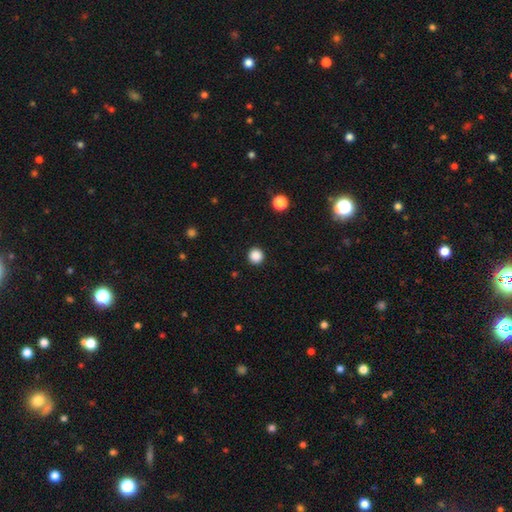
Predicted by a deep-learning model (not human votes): Smooth or featured? Predicted: smooth (p=0.87). How rounded? Predicted: round (p=0.95). Merging? Predicted: none (p=0.93).